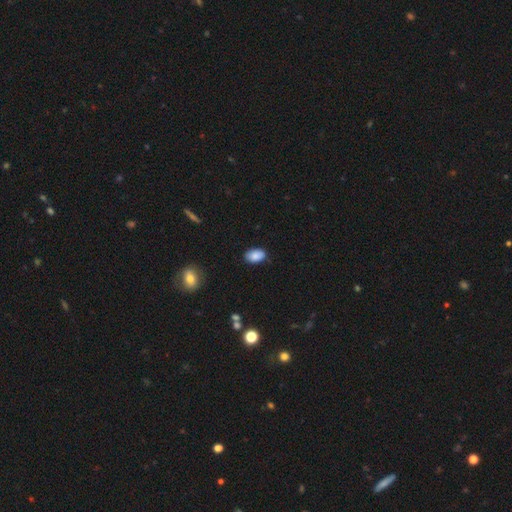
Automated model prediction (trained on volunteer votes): Q: Smooth or featured?
A: smooth (87%); runner-up: star or artifact (8%)
Q: How rounded?
A: in between (91%); runner-up: round (8%)
Q: Merging?
A: none (84%); runner-up: minor disturbance (12%)